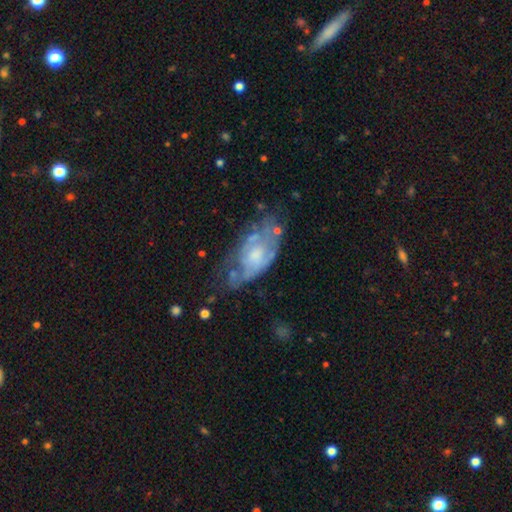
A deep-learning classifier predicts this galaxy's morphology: The model was most divided on "spiral arms": yes: 51%, no: 49%. Remaining: edge-on disk — no (91%); bar — no (75%); smooth or featured — featured or disk (66%); bulge size — moderate (45%); merging — none (43%).